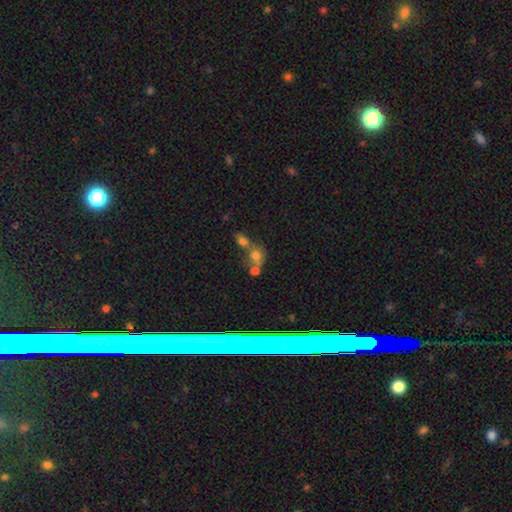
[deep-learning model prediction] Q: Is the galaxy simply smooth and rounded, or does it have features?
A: smooth — 67%.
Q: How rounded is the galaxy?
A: round — 58%.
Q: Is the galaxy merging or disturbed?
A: merger — 56%.